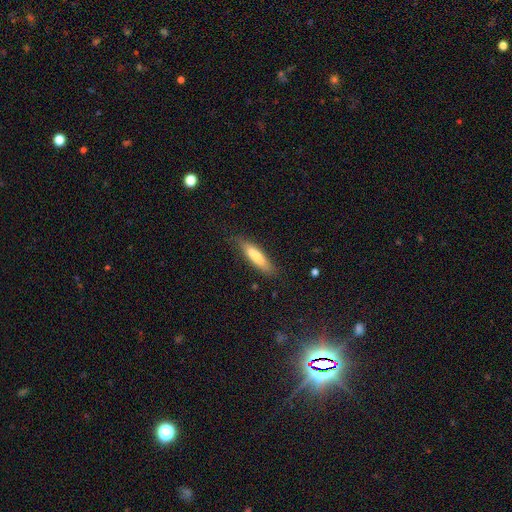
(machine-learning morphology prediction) Q: Smooth or featured?
A: smooth (70%); runner-up: featured or disk (23%)
Q: How rounded?
A: cigar-shaped (71%); runner-up: in between (27%)
Q: Merging?
A: none (74%); runner-up: minor disturbance (18%)